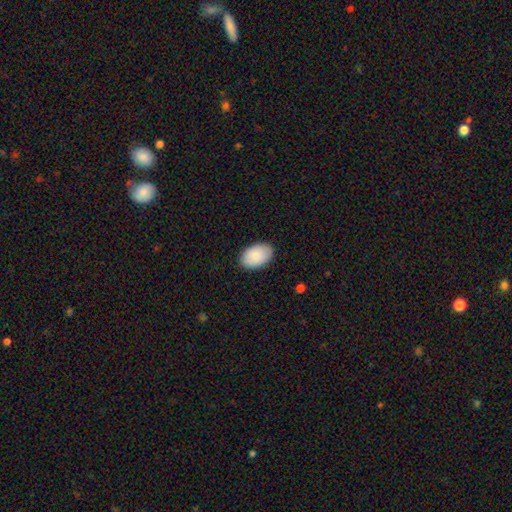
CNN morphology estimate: type=smooth (87%); roundness=in between (91%); merging=none (88%).